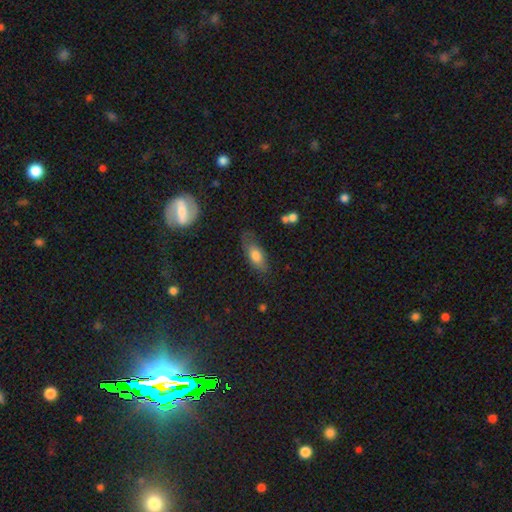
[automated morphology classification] Smooth or featured? Predicted: smooth (p=0.74). How rounded? Predicted: in between (p=0.77). Merging? Predicted: none (p=0.66).